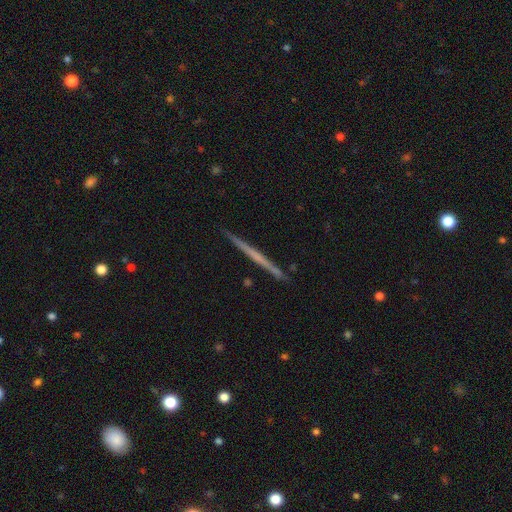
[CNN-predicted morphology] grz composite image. It shows a featured or disk galaxy (60%) viewed edge-on (98%) with no central bulge (87%). Merging: none (91%).